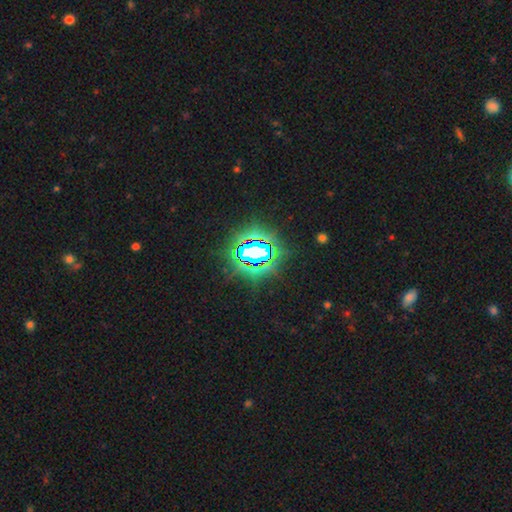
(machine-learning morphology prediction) This is clearly a star or artifact rather than a galaxy (83%).